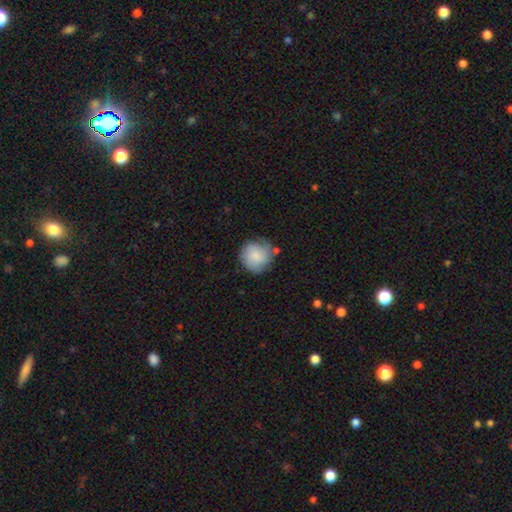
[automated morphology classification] A smooth galaxy with no disk features (75%) that is round (89%).

Vote fractions:
- Smooth or featured? smooth: 75% / featured or disk: 18% / star or artifact: 7%
- How rounded? round: 89% / in between: 10% / cigar-shaped: 1%
- Merging? none: 66% / minor disturbance: 23% / major disturbance: 7% / merger: 4%